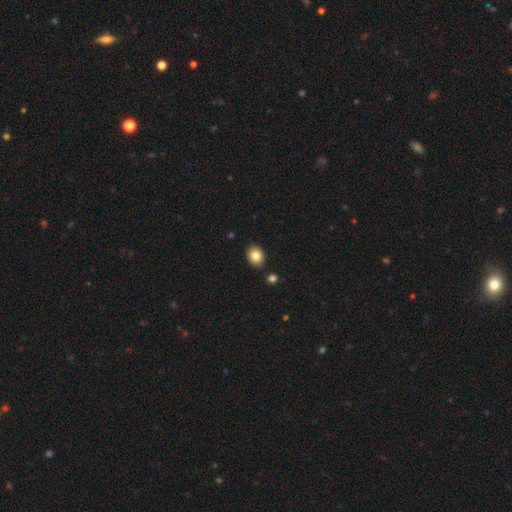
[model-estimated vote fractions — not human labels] A smooth galaxy with no disk features (84%) that is round (52%). Merging: none (85%).